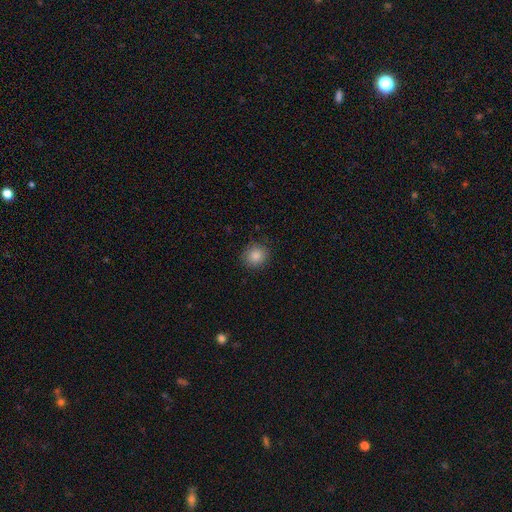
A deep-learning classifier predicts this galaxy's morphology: A smooth galaxy with no disk features (86%) that is round (85%). Merging: none (87%).